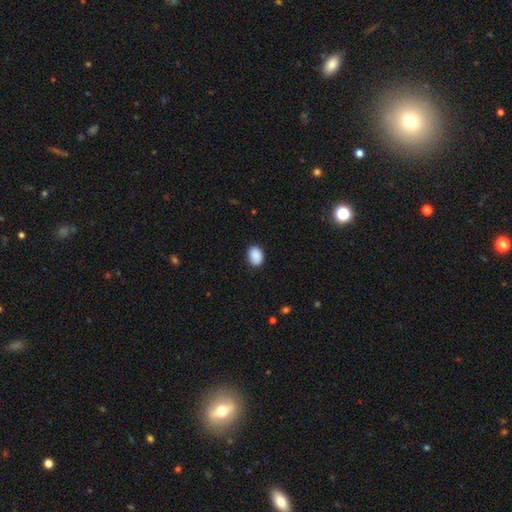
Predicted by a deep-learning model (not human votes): A smooth galaxy with no disk features (90%) that is in between round and cigar-shaped (71%). Merging: none (88%).